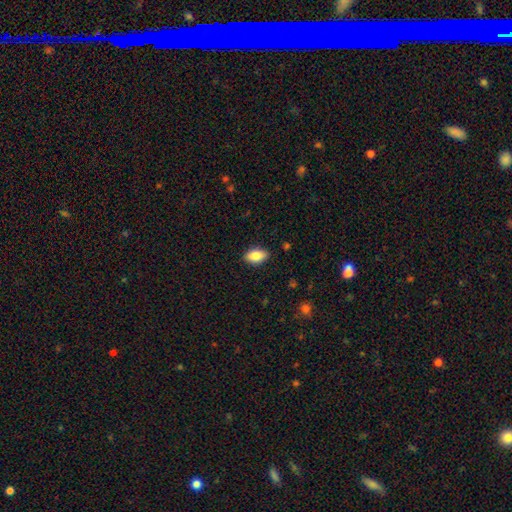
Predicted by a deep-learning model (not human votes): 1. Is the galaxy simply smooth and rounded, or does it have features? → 85% smooth, 8% featured or disk, 7% star or artifact.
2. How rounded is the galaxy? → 92% in between, 5% round, 3% cigar-shaped.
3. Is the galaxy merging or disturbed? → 88% none, 9% minor disturbance, 2% major disturbance, 1% merger.